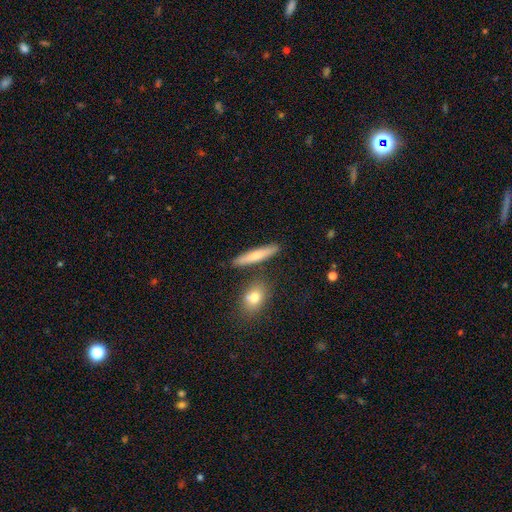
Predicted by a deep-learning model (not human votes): Smooth or featured? smooth (66%)
How rounded? cigar-shaped (85%)
Merging? none (84%)